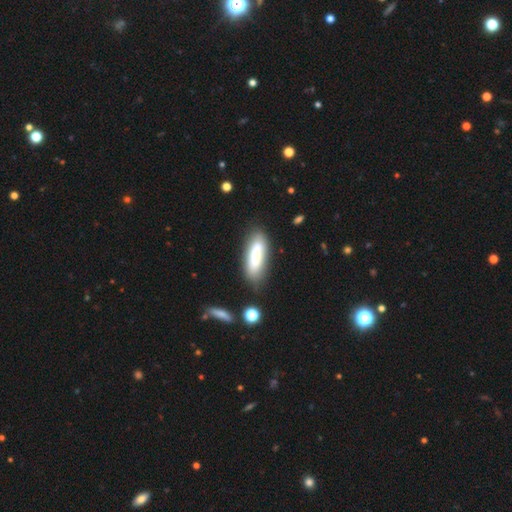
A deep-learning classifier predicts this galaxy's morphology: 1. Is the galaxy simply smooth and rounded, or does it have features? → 64% smooth, 29% featured or disk, 7% star or artifact.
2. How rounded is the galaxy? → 56% in between, 42% cigar-shaped, 2% round.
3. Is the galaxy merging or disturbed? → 68% none, 17% minor disturbance, 9% merger, 6% major disturbance.